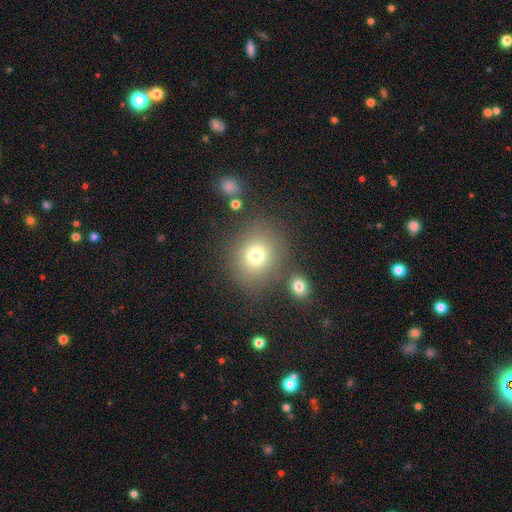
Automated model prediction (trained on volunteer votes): Smooth or featured? Predicted: smooth (p=0.74). How rounded? Predicted: round (p=0.73). Merging? Predicted: none (p=0.74).